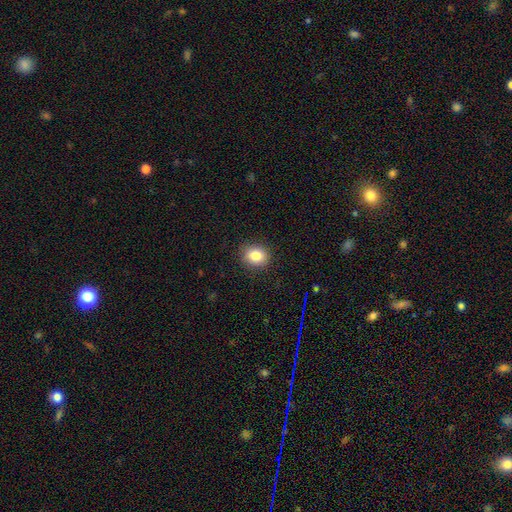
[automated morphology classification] smooth-or-featured: smooth: 84% | star or artifact: 10% | featured or disk: 7%
  how-rounded: round: 61% | in between: 38% | cigar-shaped: 1%
  merging: none: 89% | minor disturbance: 8% | major disturbance: 2% | merger: 1%